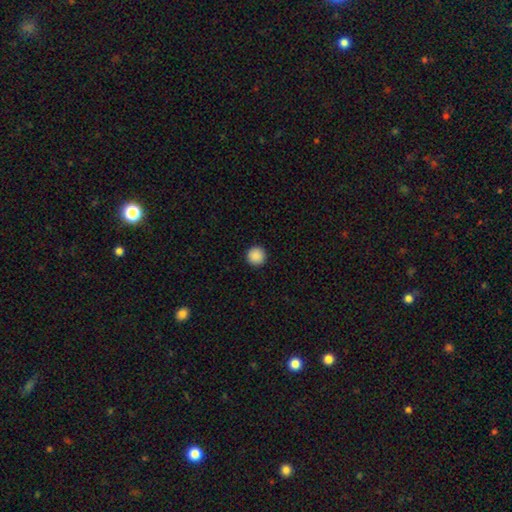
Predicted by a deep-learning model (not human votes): A smooth galaxy with no disk features (89%) that is round (96%).

Vote fractions:
- Smooth or featured? smooth: 89% / star or artifact: 8% / featured or disk: 2%
- How rounded? round: 96% / in between: 3% / cigar-shaped: 1%
- Merging? none: 94% / minor disturbance: 4% / major disturbance: 1% / merger: 1%